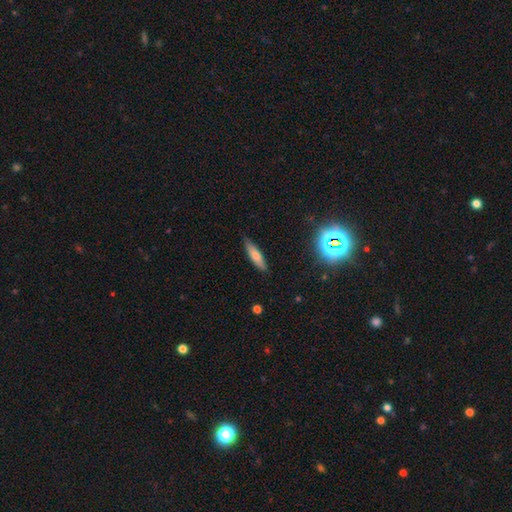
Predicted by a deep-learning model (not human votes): Smooth or featured?
  - smooth: 69% *
  - featured or disk: 22%
  - star or artifact: 9%
How rounded?
  - cigar-shaped: 70% *
  - in between: 28%
  - round: 2%
Merging?
  - none: 86% *
  - minor disturbance: 11%
  - major disturbance: 2%
  - merger: 1%